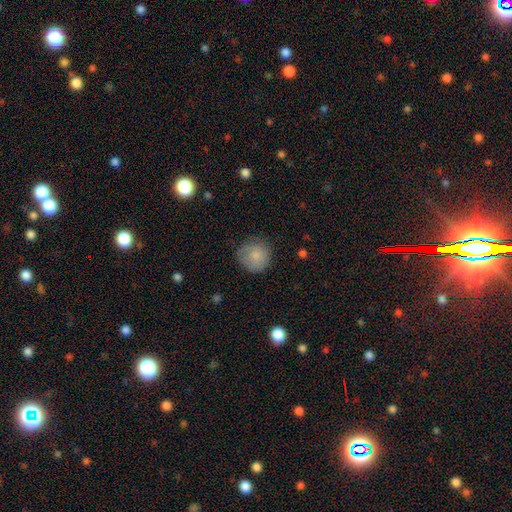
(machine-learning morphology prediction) A smooth galaxy with no disk features (83%) that is round (93%).

Vote fractions:
- Smooth or featured? smooth: 83% / featured or disk: 10% / star or artifact: 8%
- How rounded? round: 93% / in between: 6% / cigar-shaped: 1%
- Merging? none: 76% / minor disturbance: 18% / major disturbance: 5% / merger: 1%